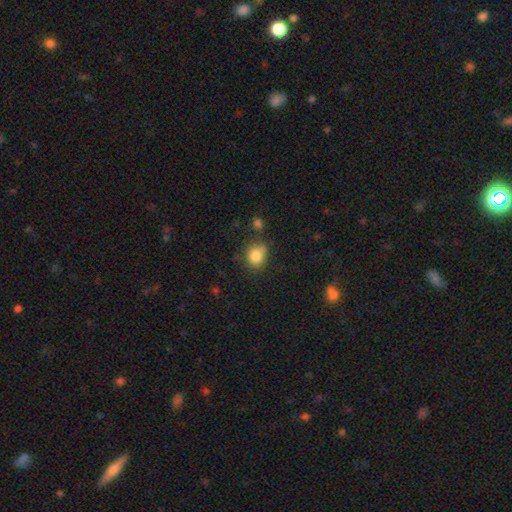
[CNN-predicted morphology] Smooth or featured? Predicted: smooth (p=0.82). How rounded? Predicted: round (p=0.66). Merging? Predicted: none (p=0.64).